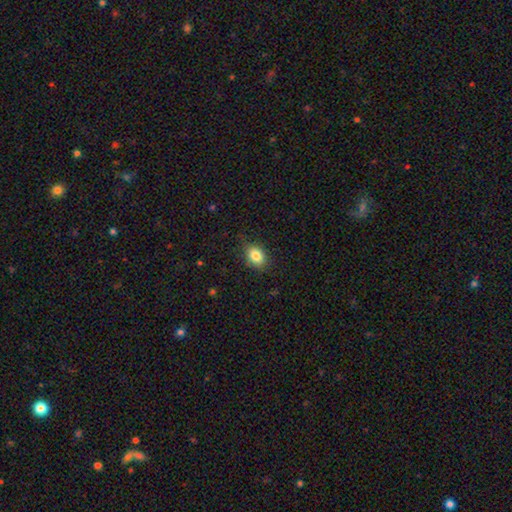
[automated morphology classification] smooth 84%, star or artifact 9%, featured or disk 7%. Down the decision tree: how rounded — in between (68%); merging — none (81%).